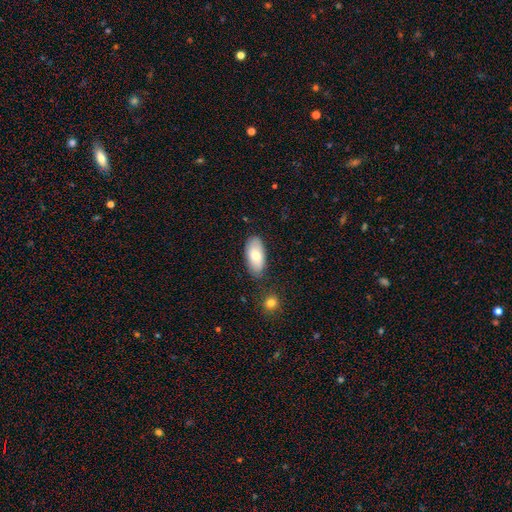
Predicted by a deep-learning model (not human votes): smooth-or-featured: smooth: 73% | featured or disk: 21% | star or artifact: 6%
  how-rounded: in between: 92% | cigar-shaped: 6% | round: 3%
  merging: none: 81% | minor disturbance: 14% | merger: 3% | major disturbance: 3%